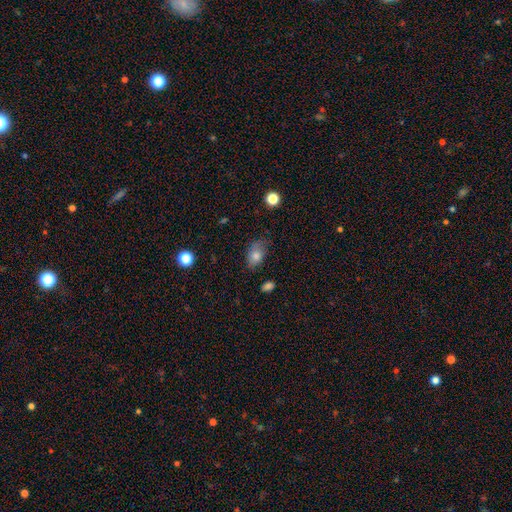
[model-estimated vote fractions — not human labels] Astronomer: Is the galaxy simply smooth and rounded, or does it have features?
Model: smooth — 78%.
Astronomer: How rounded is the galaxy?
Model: in between — 85%.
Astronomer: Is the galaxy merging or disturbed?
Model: none — 59%.